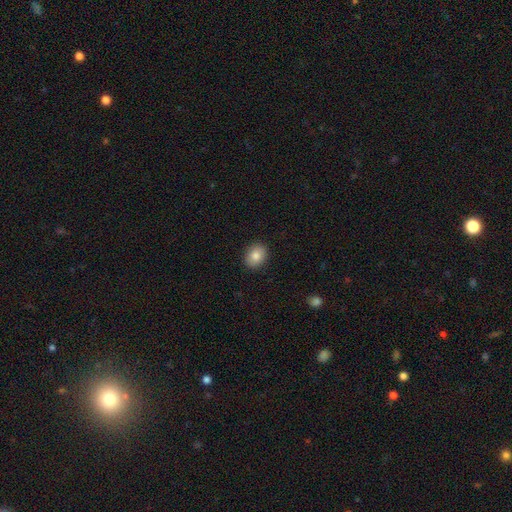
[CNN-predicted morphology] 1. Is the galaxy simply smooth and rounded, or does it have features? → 84% smooth, 9% star or artifact, 8% featured or disk.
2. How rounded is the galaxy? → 50% in between (tied), 50% round (tied), 1% cigar-shaped.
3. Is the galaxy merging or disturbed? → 91% none, 7% minor disturbance, 2% major disturbance, 1% merger.